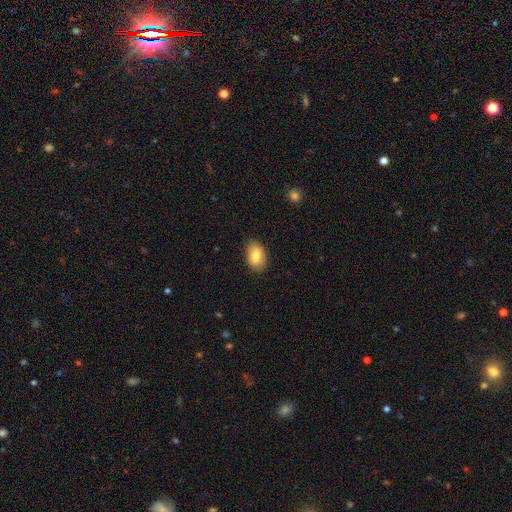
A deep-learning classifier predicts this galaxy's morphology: Smooth or featured? Predicted: smooth (p=0.81). How rounded? Predicted: in between (p=0.88). Merging? Predicted: none (p=0.84).